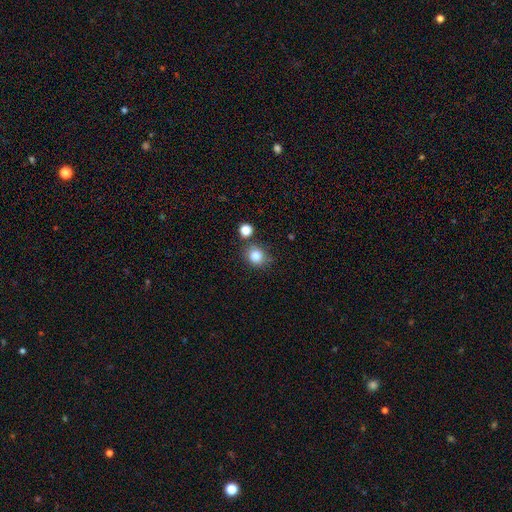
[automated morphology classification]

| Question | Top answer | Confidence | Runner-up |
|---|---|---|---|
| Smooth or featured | smooth | 83% | star or artifact (11%) |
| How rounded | round | 80% | in between (19%) |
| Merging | none | 72% | minor disturbance (14%) |